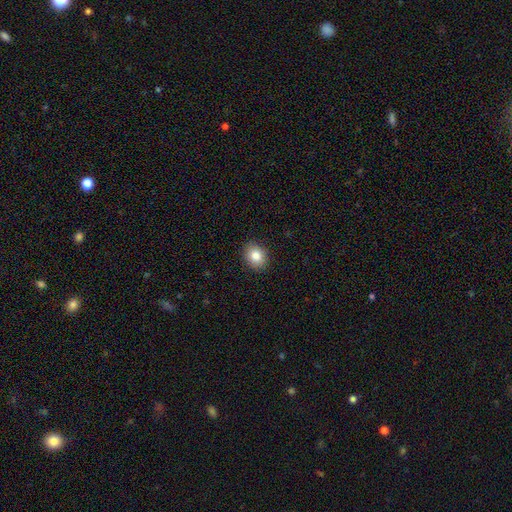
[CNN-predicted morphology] A smooth galaxy with no disk features (84%) that is round (55%).

Vote fractions:
- Smooth or featured? smooth: 84% / star or artifact: 9% / featured or disk: 7%
- How rounded? round: 55% / in between: 44% / cigar-shaped: 1%
- Merging? none: 90% / minor disturbance: 7% / major disturbance: 2% / merger: 1%